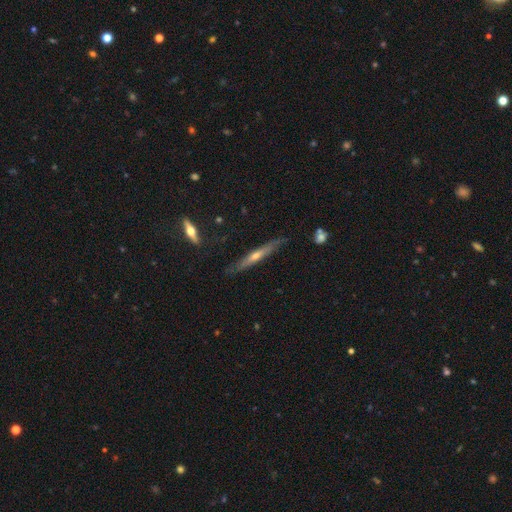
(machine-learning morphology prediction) smooth_or_featured: featured or disk (p=0.65) [alt: smooth p=0.29]
disk_edge_on: yes (p=0.93) [alt: no p=0.07]
edge_on_bulge: rounded (p=0.72) [alt: none p=0.24]
merging: none (p=0.79) [alt: minor disturbance p=0.16]